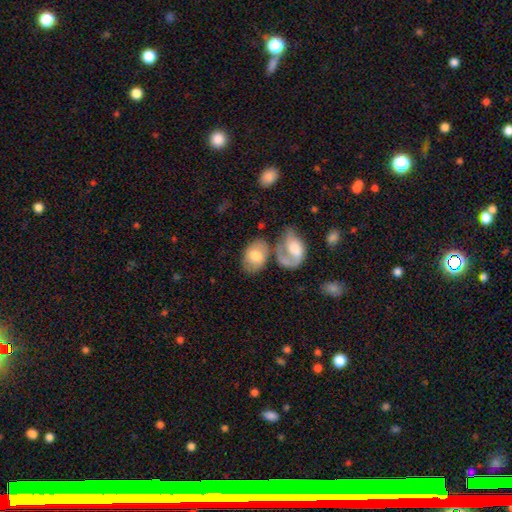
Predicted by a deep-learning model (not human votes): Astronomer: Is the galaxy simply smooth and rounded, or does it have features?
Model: smooth — 65%.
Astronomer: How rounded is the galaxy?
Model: in between — 82%.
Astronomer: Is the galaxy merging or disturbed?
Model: none — 40% (runner-up: merger, 31%).